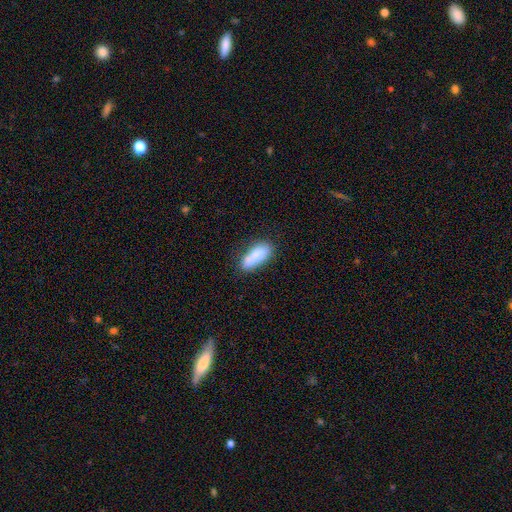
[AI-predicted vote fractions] smooth-or-featured: smooth: 85% | featured or disk: 9% | star or artifact: 6%
  how-rounded: in between: 70% | cigar-shaped: 28% | round: 2%
  merging: none: 71% | minor disturbance: 20% | major disturbance: 5% | merger: 4%